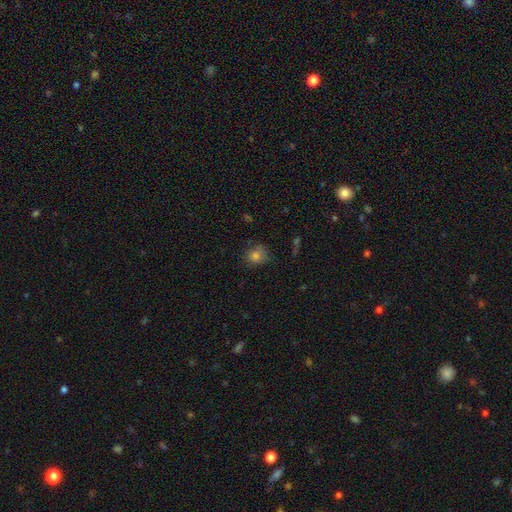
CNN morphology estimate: type=smooth (79%); roundness=round (72%); merging=none (71%).